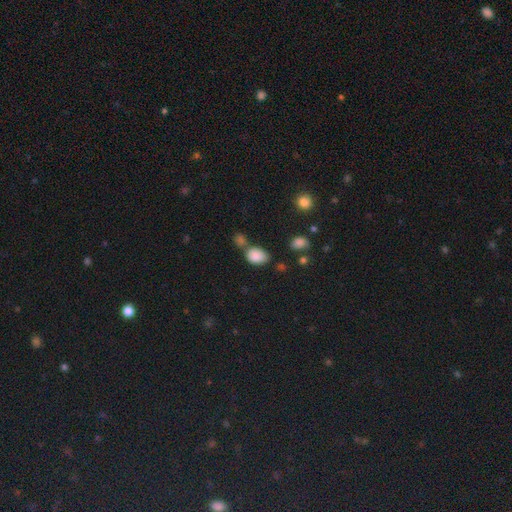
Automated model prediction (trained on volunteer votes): Q: Smooth or featured?
A: smooth (85%); runner-up: star or artifact (9%)
Q: How rounded?
A: in between (78%); runner-up: round (20%)
Q: Merging?
A: none (49%); runner-up: merger (26%)